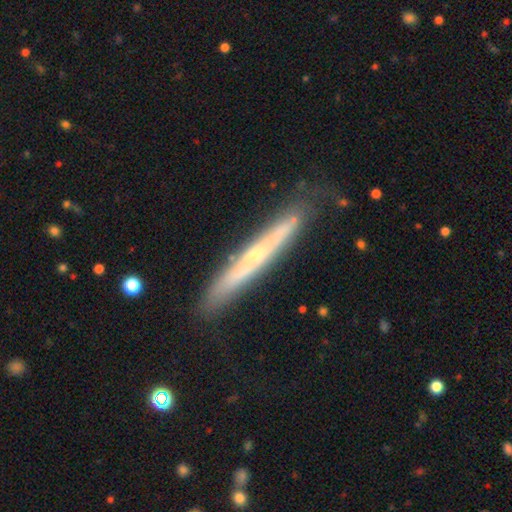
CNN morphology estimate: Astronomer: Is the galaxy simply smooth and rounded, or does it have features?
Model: featured or disk — 65%.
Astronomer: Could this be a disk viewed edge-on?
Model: yes — 90%.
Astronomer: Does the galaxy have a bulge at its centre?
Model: rounded — 53% (runner-up: none, 43%).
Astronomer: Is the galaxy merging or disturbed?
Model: none — 80%.